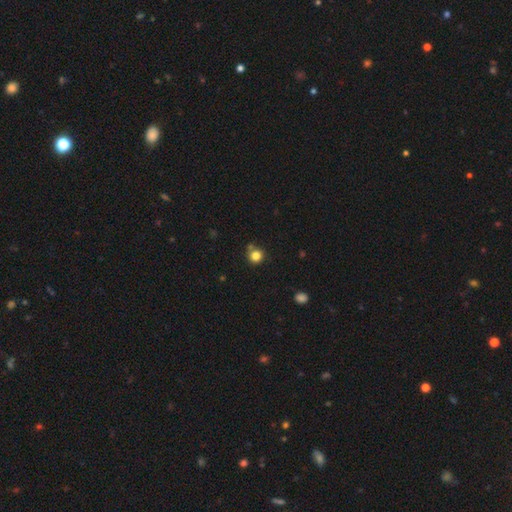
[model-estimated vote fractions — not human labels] Morphology: type=smooth (82%); roundness=round (91%); merging=none (73%).